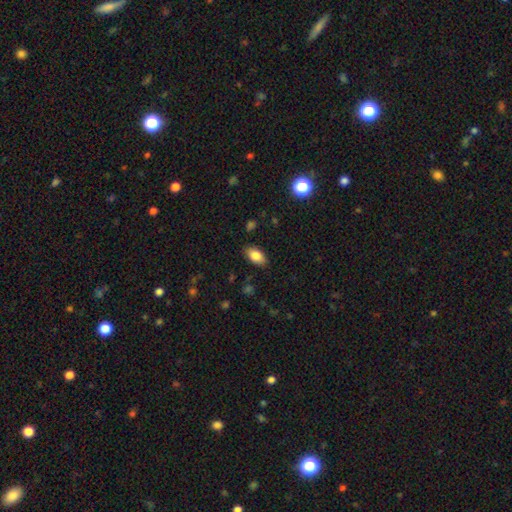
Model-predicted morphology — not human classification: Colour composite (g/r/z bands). It shows a smooth galaxy with no disk features (83%) that is in between round and cigar-shaped (92%). Merging: none (86%).